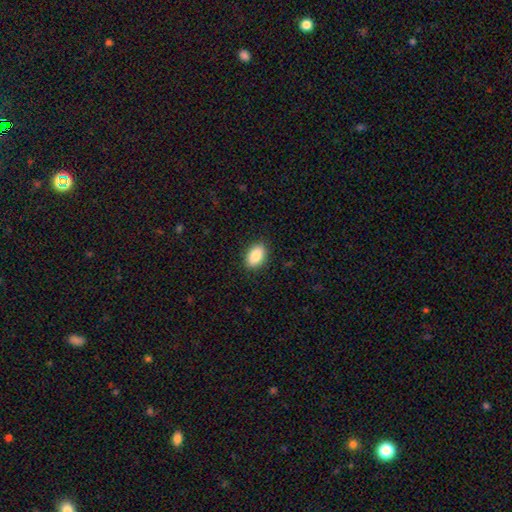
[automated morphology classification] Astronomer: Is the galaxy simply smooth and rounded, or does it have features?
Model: smooth — 87%.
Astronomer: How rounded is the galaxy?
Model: in between — 90%.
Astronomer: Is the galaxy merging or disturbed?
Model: none — 89%.